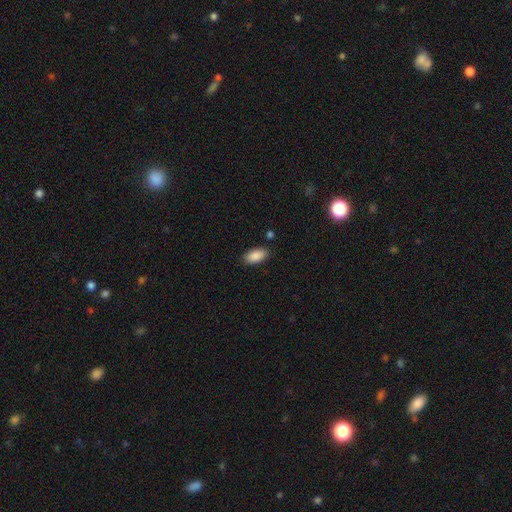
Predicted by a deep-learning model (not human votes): smooth_or_featured: smooth (p=0.89) [alt: star or artifact p=0.07]
how_rounded: in between (p=0.93) [alt: cigar-shaped p=0.04]
merging: none (p=0.86) [alt: minor disturbance p=0.10]